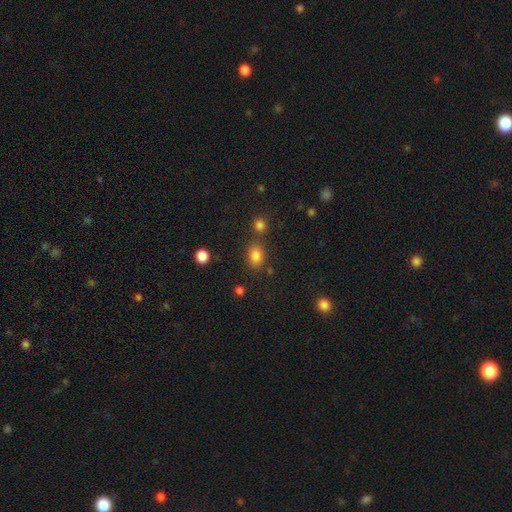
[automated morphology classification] smooth 82%, star or artifact 12%, featured or disk 6%. Down the decision tree: how rounded — in between (68%); merging — none (69%).